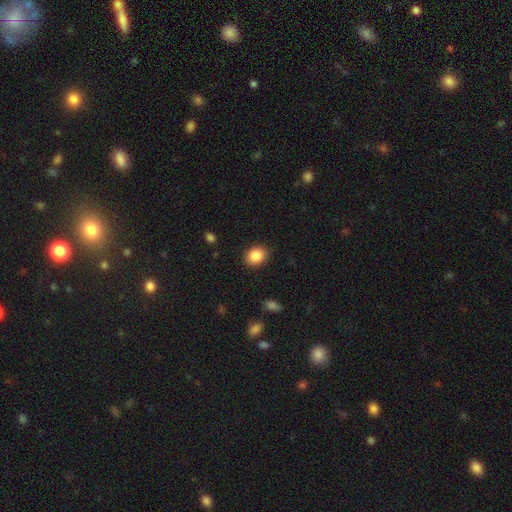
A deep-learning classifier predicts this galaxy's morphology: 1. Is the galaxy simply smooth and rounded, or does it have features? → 87% smooth, 8% star or artifact, 5% featured or disk.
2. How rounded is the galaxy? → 55% in between, 44% round, 1% cigar-shaped.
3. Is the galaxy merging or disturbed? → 88% none, 8% minor disturbance, 2% major disturbance, 1% merger.